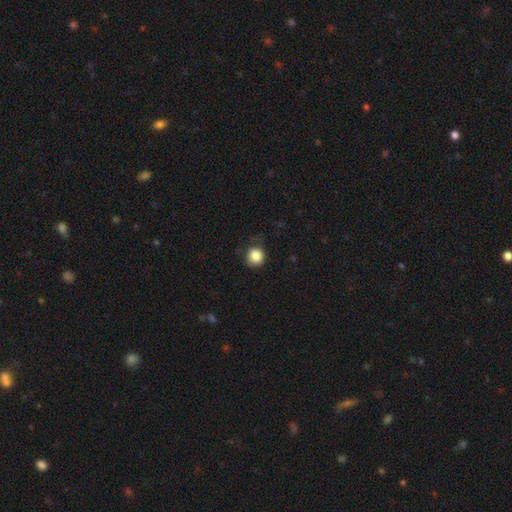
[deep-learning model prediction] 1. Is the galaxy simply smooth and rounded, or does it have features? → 86% smooth, 10% star or artifact, 4% featured or disk.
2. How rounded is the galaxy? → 90% round, 9% in between, 1% cigar-shaped.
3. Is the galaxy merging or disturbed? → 72% none, 21% minor disturbance, 6% major disturbance, 1% merger.